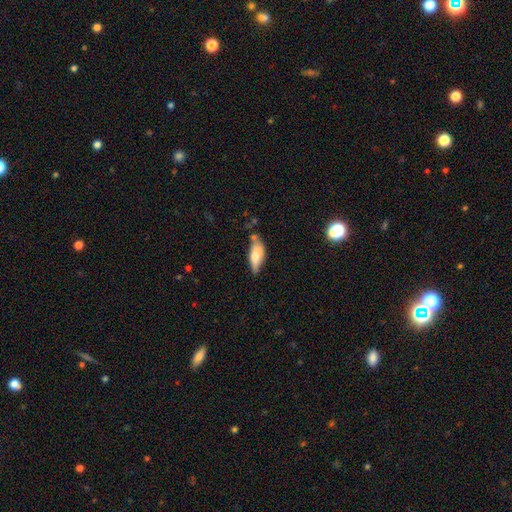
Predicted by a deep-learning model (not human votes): This is likely a smooth galaxy (68%). How rounded: likely in between (73%). Merging: possibly none (47%).